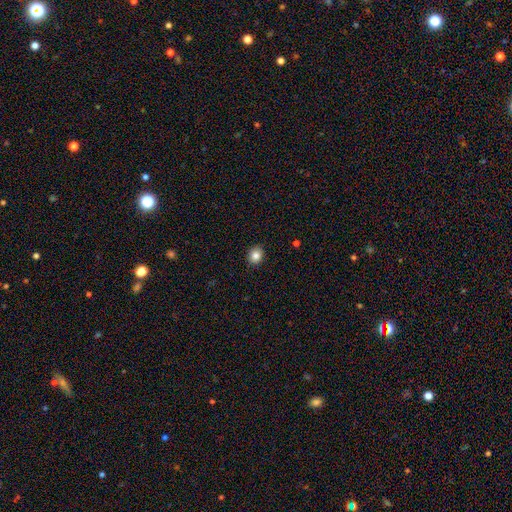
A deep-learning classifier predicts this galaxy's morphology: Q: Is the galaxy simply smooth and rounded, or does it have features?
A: smooth — 84%.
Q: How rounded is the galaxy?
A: round — 65%.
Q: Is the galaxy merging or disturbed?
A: none — 90%.